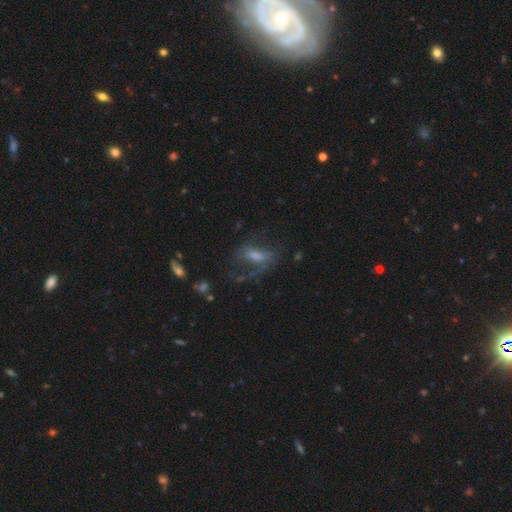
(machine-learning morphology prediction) Smooth or featured: featured or disk — 52% (smooth — 31%)
Edge-on disk: no — 84% (yes — 16%)
Merging: none — 48% (major disturbance — 29%)